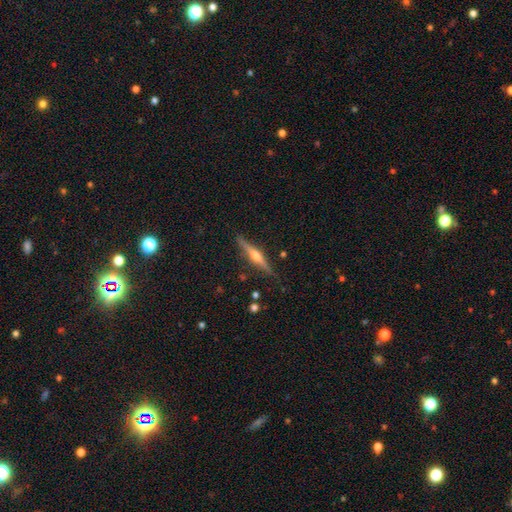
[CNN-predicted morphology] Smooth or featured? Predicted: featured or disk (p=0.75). Edge-on disk? Predicted: yes (p=0.98). Edge-on bulge? Predicted: rounded (p=0.93). Merging? Predicted: none (p=0.88).